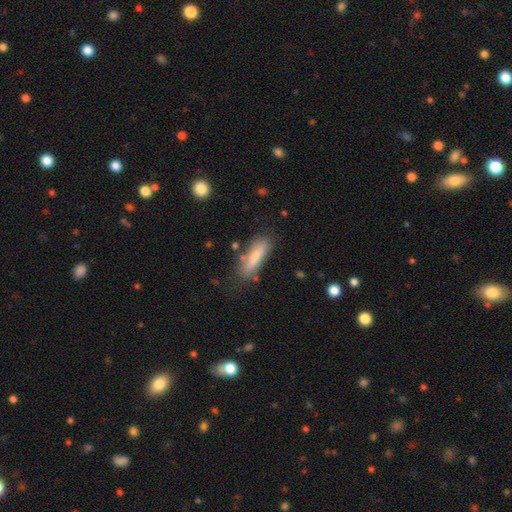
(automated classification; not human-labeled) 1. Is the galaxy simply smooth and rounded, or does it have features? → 77% smooth, 16% featured or disk, 7% star or artifact.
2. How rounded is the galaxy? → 64% cigar-shaped, 34% in between, 2% round.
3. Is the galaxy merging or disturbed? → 72% none, 18% minor disturbance, 5% major disturbance, 4% merger.